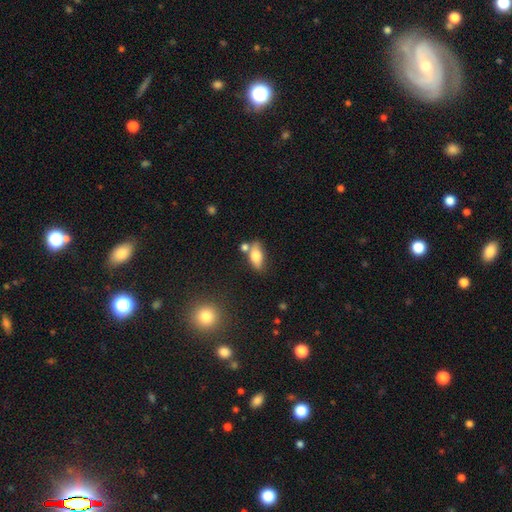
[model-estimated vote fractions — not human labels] Smooth or featured: smooth — 74% (featured or disk — 18%)
How rounded: in between — 84% (cigar-shaped — 12%)
Merging: none — 60% (merger — 19%)